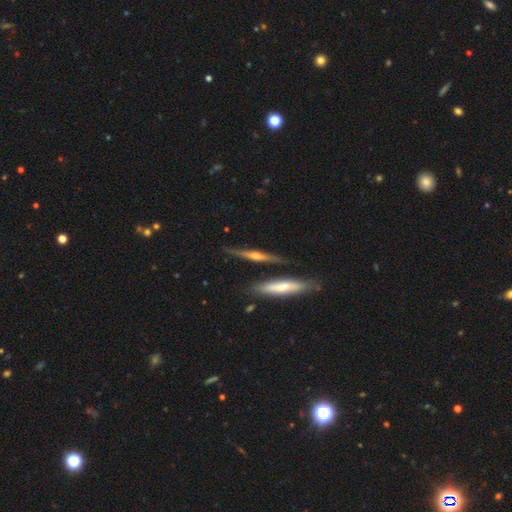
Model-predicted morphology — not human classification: The model was most divided on "smooth or featured": featured or disk: 68%, smooth: 26%, star or artifact: 7%. More confident: edge-on disk — yes (95%); edge-on bulge — rounded (80%); merging — none (80%).